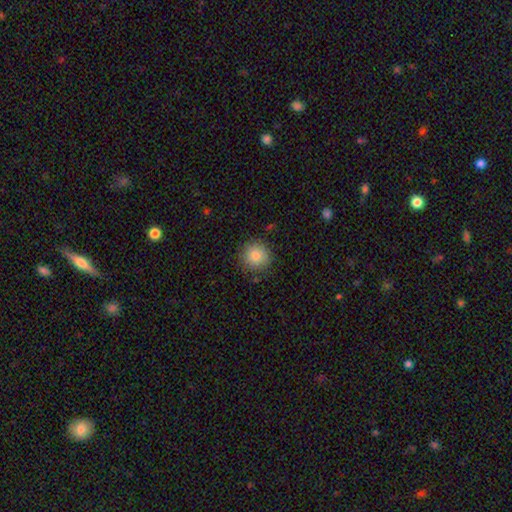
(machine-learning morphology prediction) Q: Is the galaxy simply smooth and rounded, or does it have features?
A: smooth — 84%.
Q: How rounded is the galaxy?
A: round — 93%.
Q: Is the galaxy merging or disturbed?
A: none — 87%.